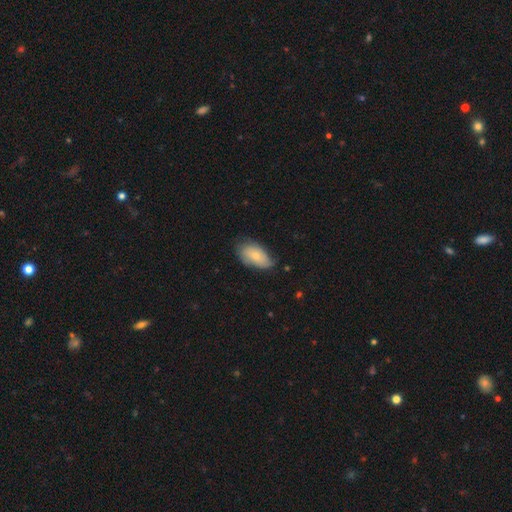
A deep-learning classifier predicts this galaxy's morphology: smooth-or-featured: smooth: 69% | featured or disk: 25% | star or artifact: 7%
  how-rounded: in between: 93% | round: 4% | cigar-shaped: 3%
  merging: none: 54% | minor disturbance: 36% | major disturbance: 9% | merger: 2%